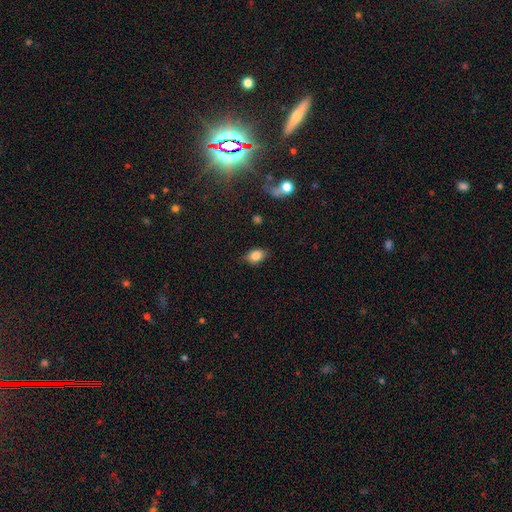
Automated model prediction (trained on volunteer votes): Smooth or featured?
  - smooth: 82% *
  - star or artifact: 9%
  - featured or disk: 9%
How rounded?
  - in between: 77% *
  - round: 21%
  - cigar-shaped: 2%
Merging?
  - none: 76% *
  - minor disturbance: 18%
  - major disturbance: 4%
  - merger: 2%